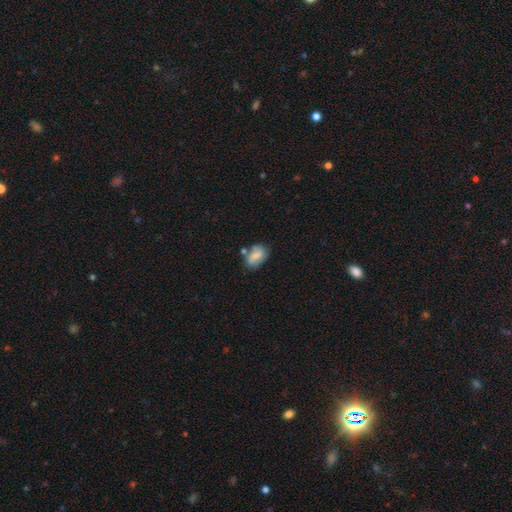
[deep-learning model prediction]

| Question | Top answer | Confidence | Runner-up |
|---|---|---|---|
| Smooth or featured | smooth | 55% | featured or disk (36%) |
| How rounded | in between | 85% | round (13%) |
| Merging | none | 55% | minor disturbance (24%) |